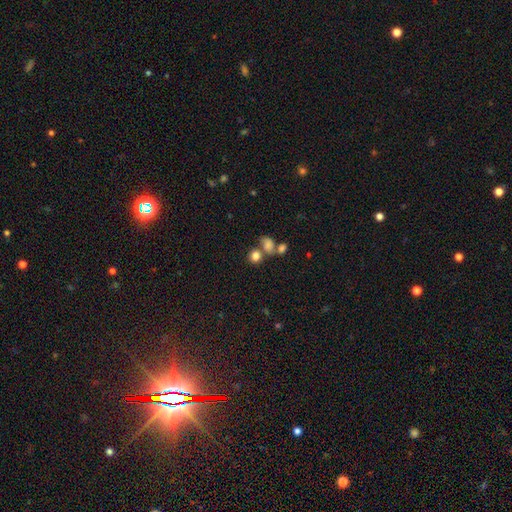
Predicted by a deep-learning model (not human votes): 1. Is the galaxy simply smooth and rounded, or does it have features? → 80% smooth, 12% star or artifact, 8% featured or disk.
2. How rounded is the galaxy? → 78% round, 21% in between, 1% cigar-shaped.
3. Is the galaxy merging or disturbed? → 50% none, 34% merger, 10% minor disturbance, 6% major disturbance.